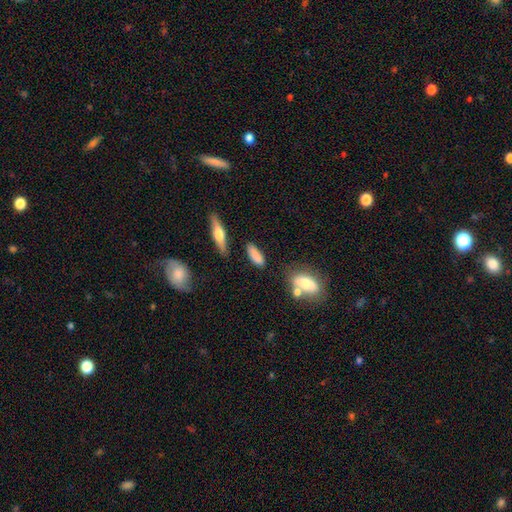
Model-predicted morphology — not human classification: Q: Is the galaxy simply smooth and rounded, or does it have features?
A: smooth — 83%.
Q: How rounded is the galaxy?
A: in between — 65%.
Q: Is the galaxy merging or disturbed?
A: none — 76%.